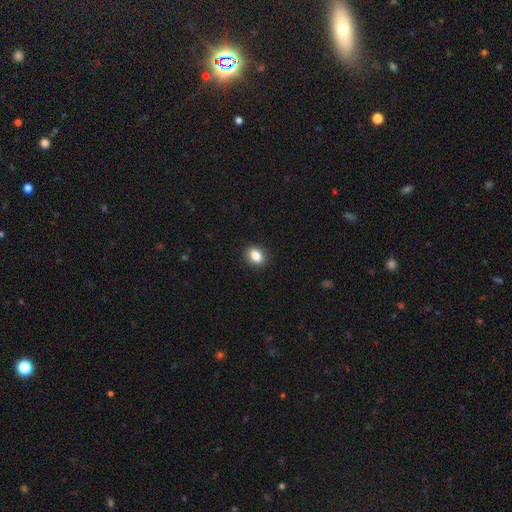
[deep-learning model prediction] Morphology: type=smooth (86%); roundness=in between (75%); merging=none (88%).